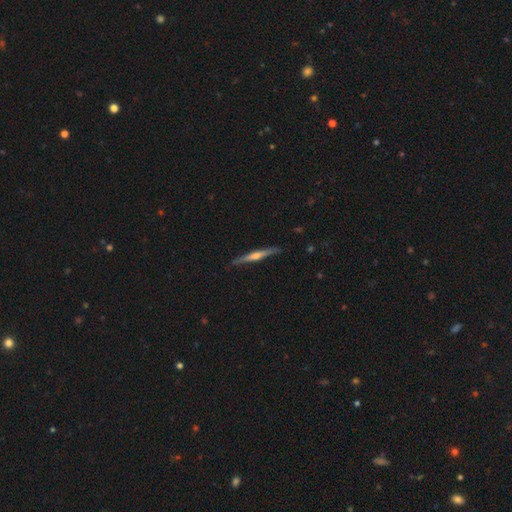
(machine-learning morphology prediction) featured or disk 67%, smooth 28%, star or artifact 6%. Down the decision tree: edge-on disk — yes (97%); edge-on bulge — rounded (72%); merging — none (88%).